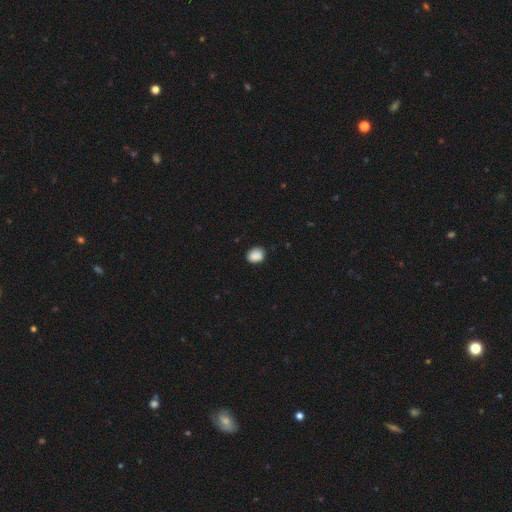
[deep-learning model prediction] Smooth or featured?
  - smooth: 87% *
  - star or artifact: 9%
  - featured or disk: 4%
How rounded?
  - round: 51% *
  - in between: 48%
  - cigar-shaped: 1%
Merging?
  - none: 79% *
  - minor disturbance: 17%
  - major disturbance: 3%
  - merger: 2%